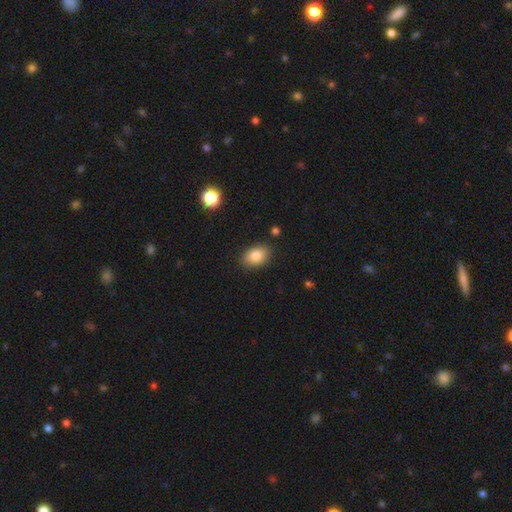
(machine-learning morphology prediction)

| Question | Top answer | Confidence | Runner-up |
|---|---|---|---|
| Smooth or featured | smooth | 85% | star or artifact (8%) |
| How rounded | in between | 88% | round (11%) |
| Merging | none | 85% | minor disturbance (11%) |